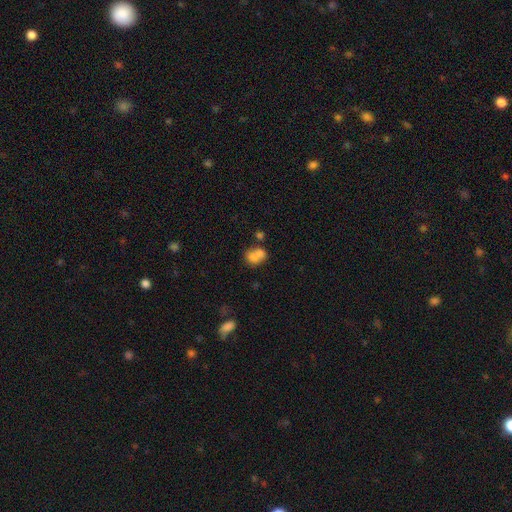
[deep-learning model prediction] Overall: smooth (71%). How rounded: in between (51%; round 48%). Merging: merger (58%; none 28%).